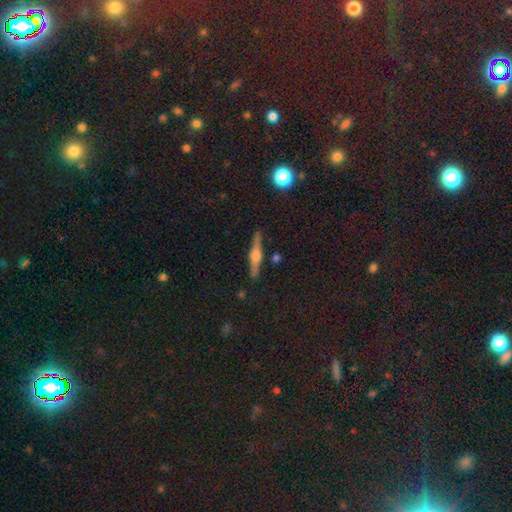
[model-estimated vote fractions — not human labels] The model was most divided on "smooth or featured": featured or disk: 75%, smooth: 17%, star or artifact: 8%. More confident: edge-on disk — yes (98%); merging — none (90%); edge-on bulge — rounded (88%).